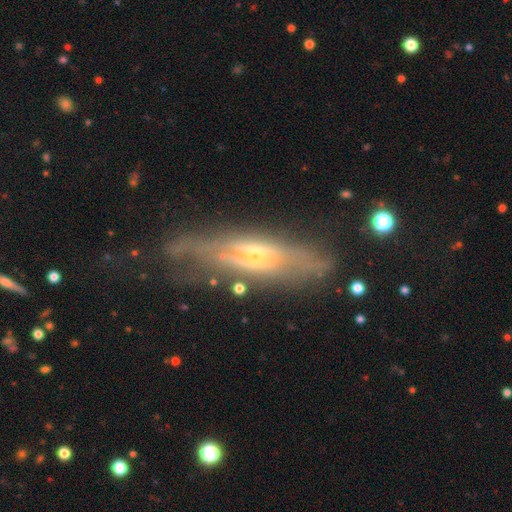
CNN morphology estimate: type=featured or disk (74%); edge-on=yes (61%); merging=none (58%).